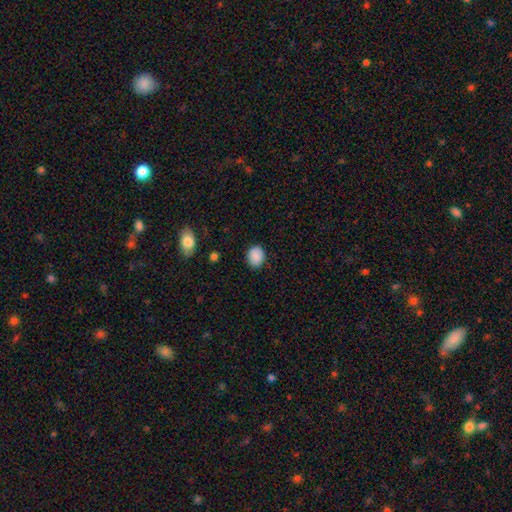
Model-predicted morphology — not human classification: Overall: smooth (89%). How rounded: in between (52%; round 47%). Merging: none (85%).